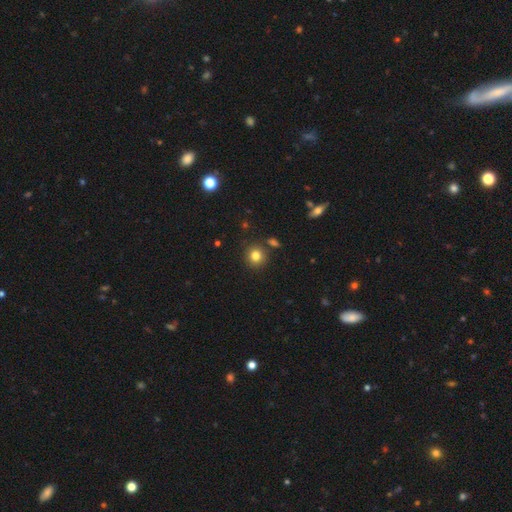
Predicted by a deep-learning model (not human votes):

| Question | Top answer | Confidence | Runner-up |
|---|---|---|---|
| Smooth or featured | smooth | 81% | star or artifact (12%) |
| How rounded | round | 88% | in between (11%) |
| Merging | none | 84% | minor disturbance (8%) |